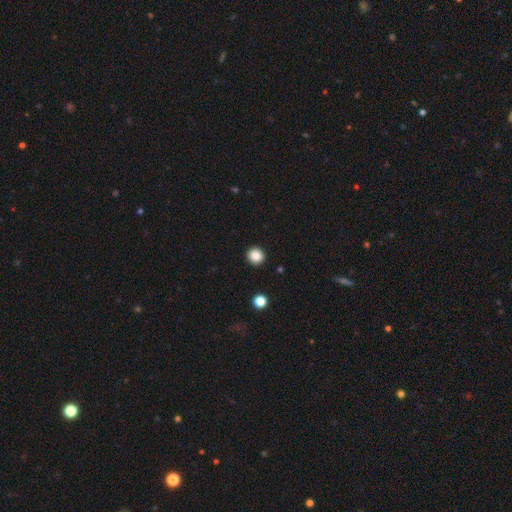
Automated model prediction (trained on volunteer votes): Morphology: type=smooth (86%); roundness=round (92%); merging=none (93%).